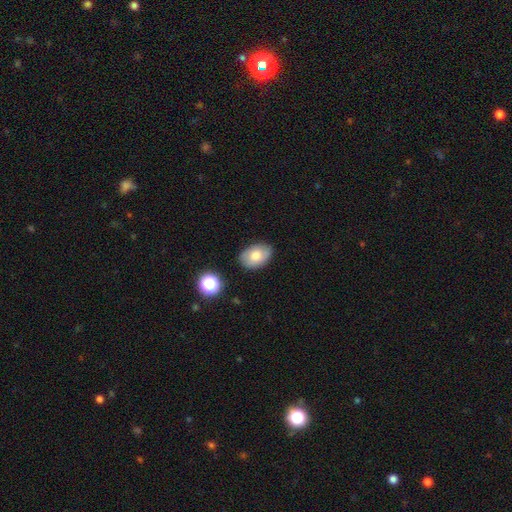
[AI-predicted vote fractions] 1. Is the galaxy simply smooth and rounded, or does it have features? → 76% smooth, 16% featured or disk, 8% star or artifact.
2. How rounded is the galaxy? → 83% in between, 16% round, 1% cigar-shaped.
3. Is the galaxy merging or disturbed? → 82% none, 14% minor disturbance, 3% major disturbance, 2% merger.